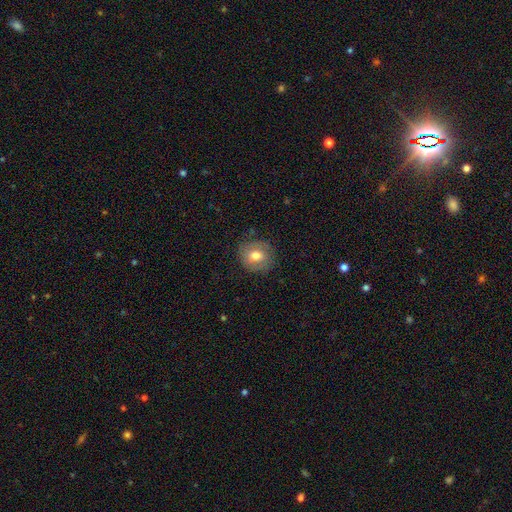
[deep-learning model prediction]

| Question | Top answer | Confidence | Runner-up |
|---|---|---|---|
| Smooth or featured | smooth | 67% | featured or disk (24%) |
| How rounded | round | 78% | in between (21%) |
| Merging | none | 79% | minor disturbance (15%) |